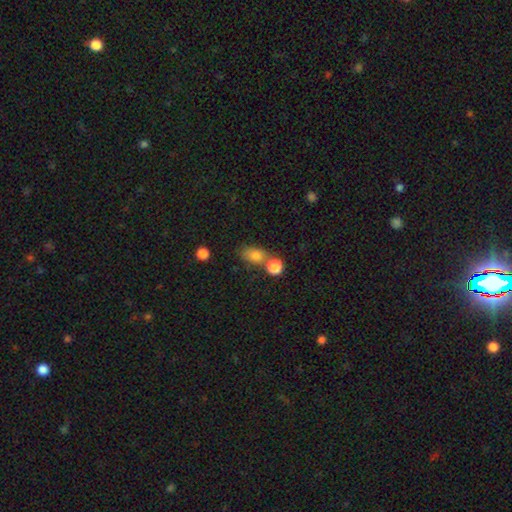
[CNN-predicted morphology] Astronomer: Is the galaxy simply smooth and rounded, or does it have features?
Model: smooth — 78%.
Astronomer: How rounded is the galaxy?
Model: in between — 73%.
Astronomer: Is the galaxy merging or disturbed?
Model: none — 56%.